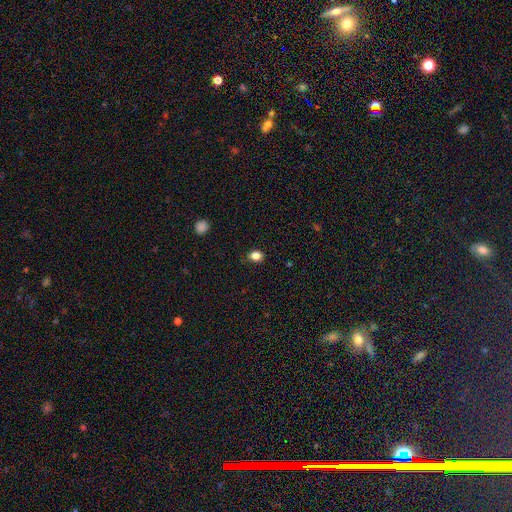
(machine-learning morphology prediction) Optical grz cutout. It shows a smooth galaxy with no disk features (83%) that is in between round and cigar-shaped (52%). Merging: none (85%).